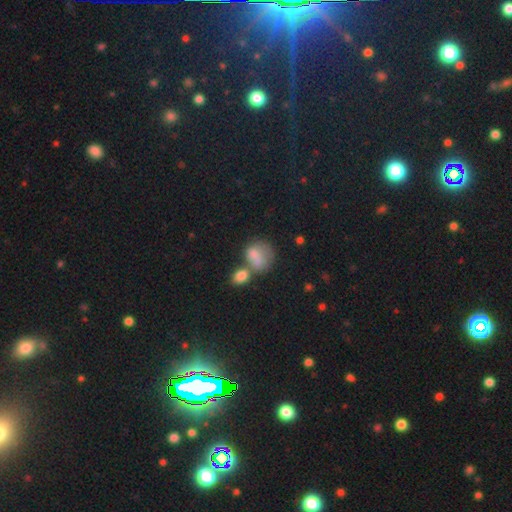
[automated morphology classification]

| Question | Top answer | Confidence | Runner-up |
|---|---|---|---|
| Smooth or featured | smooth | 76% | featured or disk (14%) |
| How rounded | round | 50% | in between (49%) |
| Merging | merger | 42% | none (27%) |